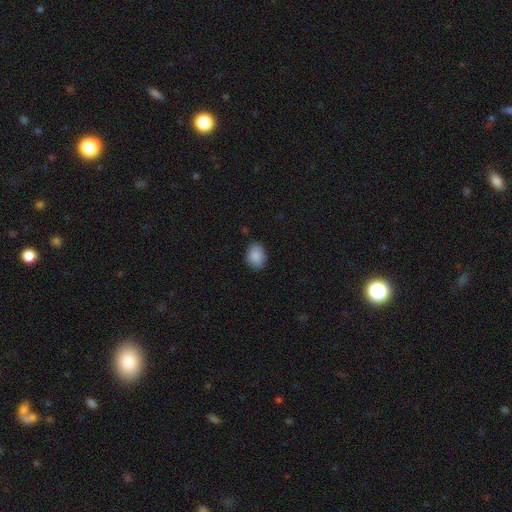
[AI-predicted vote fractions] This is clearly a smooth galaxy (88%). How rounded: likely in between (68%). Merging: clearly none (81%).